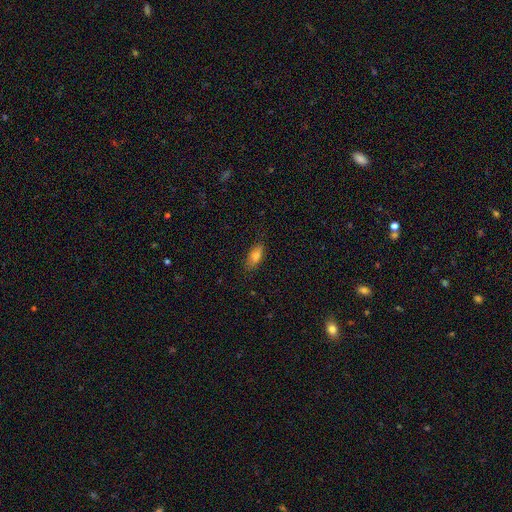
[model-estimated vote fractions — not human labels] smooth_or_featured: smooth (p=0.78) [alt: featured or disk p=0.13]
how_rounded: in between (p=0.78) [alt: cigar-shaped p=0.20]
merging: none (p=0.79) [alt: minor disturbance p=0.16]